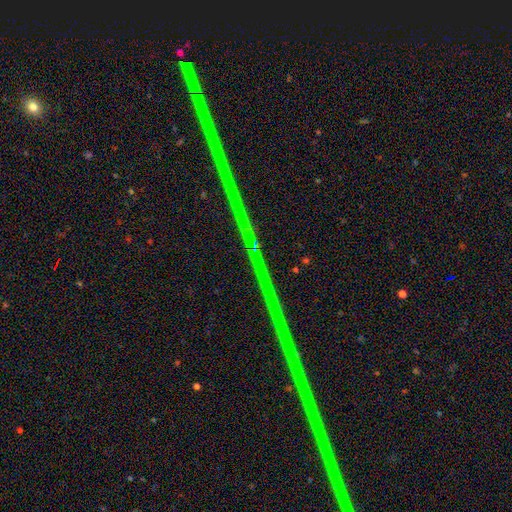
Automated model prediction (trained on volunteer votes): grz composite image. It shows a star or artifact, not a galaxy (78%).